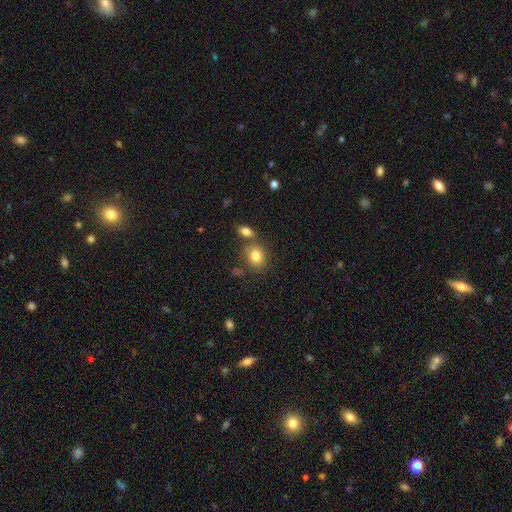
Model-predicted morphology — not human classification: This is clearly a smooth galaxy (82%). How rounded: possibly round (57%). Merging: likely none (62%).